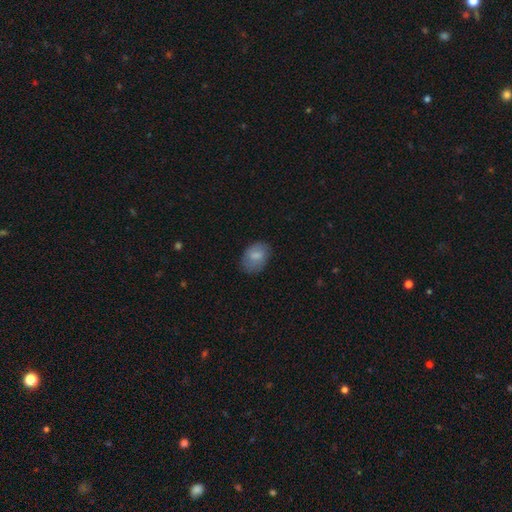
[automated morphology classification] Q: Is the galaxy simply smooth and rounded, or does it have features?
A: smooth — 78%.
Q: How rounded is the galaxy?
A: in between — 78%.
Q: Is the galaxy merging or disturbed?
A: none — 71%.